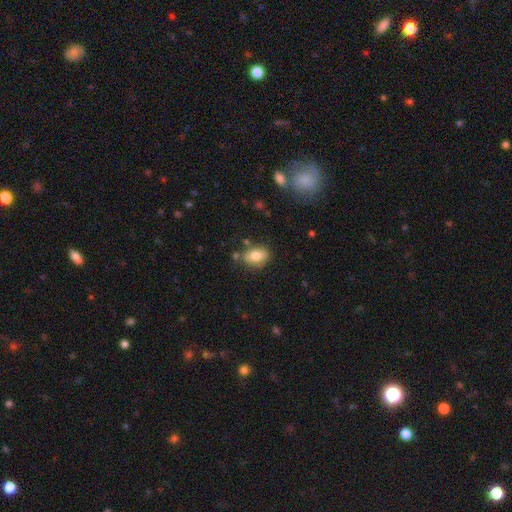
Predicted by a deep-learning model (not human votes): smooth-or-featured: smooth: 77% | featured or disk: 15% | star or artifact: 9%
  how-rounded: in between: 76% | round: 22% | cigar-shaped: 2%
  merging: none: 71% | minor disturbance: 18% | merger: 7% | major disturbance: 5%